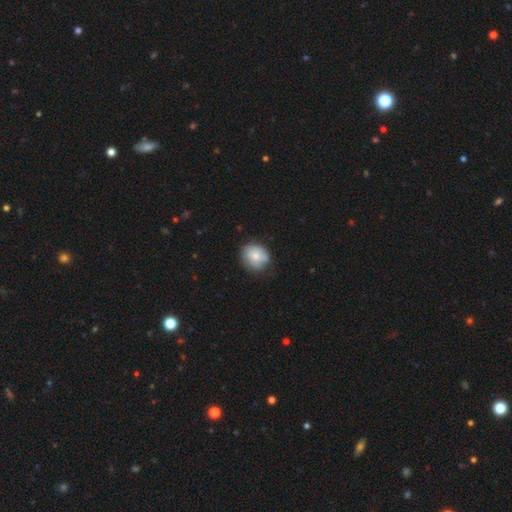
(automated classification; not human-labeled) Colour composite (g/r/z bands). It shows a smooth galaxy with no disk features (65%) that is round (71%). Merging: none (66%).